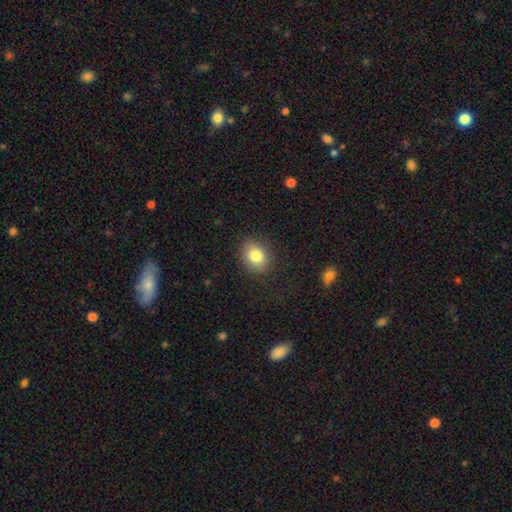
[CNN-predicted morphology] This is clearly a smooth galaxy (82%). How rounded: possibly round (52%). Merging: clearly none (87%).